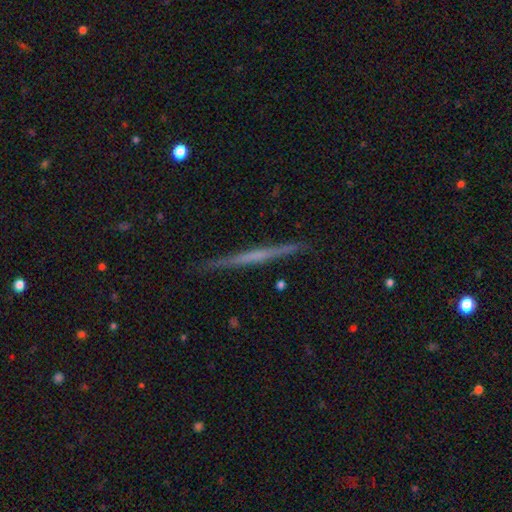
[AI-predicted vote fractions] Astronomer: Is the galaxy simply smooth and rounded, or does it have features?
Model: featured or disk — 62%.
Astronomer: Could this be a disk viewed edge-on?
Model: yes — 98%.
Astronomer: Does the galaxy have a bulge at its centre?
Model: none — 81%.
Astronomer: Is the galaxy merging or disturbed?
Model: none — 90%.